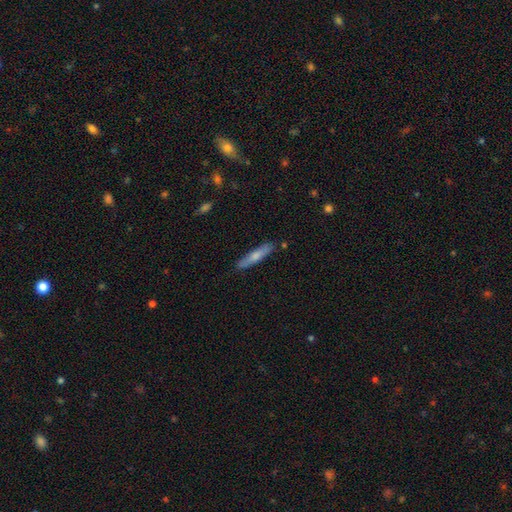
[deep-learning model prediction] Smooth or featured? Predicted: smooth (p=0.62). How rounded? Predicted: cigar-shaped (p=0.89). Merging? Predicted: none (p=0.86).